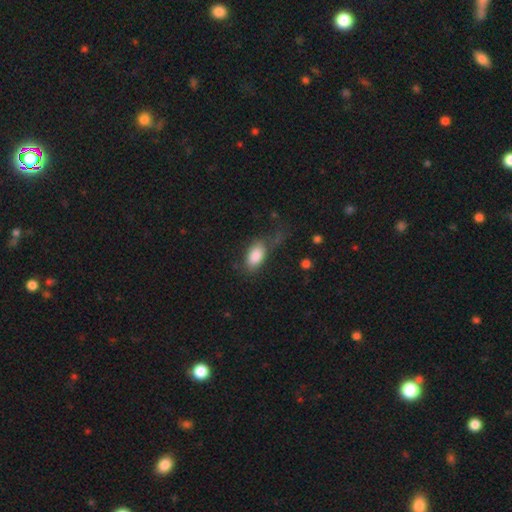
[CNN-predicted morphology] This appears to be a smooth galaxy with no disk features (86%) that is in between round and cigar-shaped (92%). Merging: none (53%).